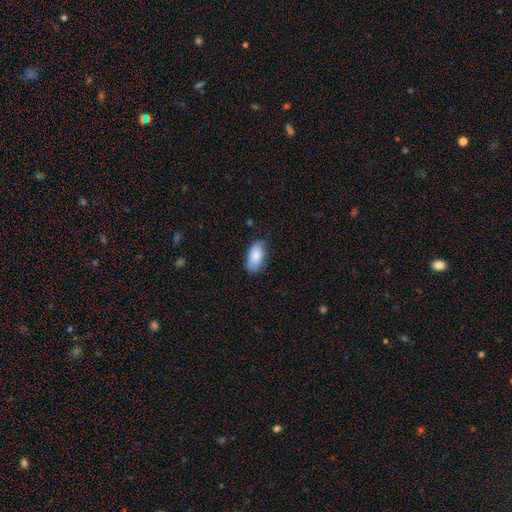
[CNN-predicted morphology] The model was most divided on "merging": none: 68%, minor disturbance: 26%, major disturbance: 5%, merger: 1%. More confident: how rounded — in between (93%); smooth or featured — smooth (82%).